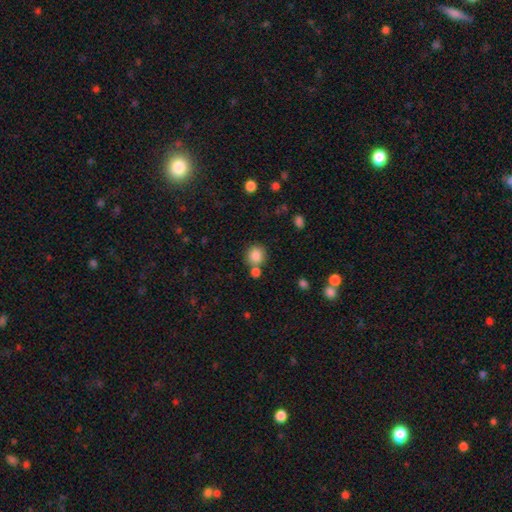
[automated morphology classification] This is clearly a smooth galaxy (85%). How rounded: clearly round (86%). Merging: likely none (67%).